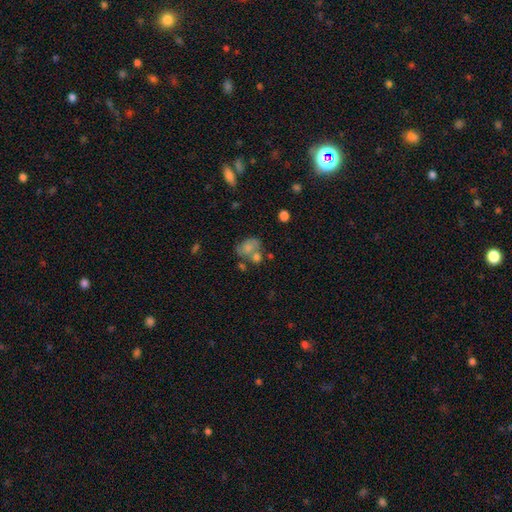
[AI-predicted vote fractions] Overall: smooth (48%; featured or disk 33%). Merging: none (44%; merger 28%).